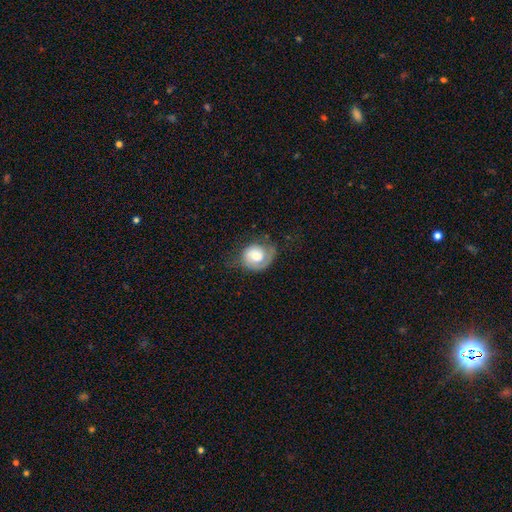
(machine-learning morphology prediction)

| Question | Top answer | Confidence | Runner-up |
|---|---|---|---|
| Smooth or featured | featured or disk | 51% | smooth (42%) |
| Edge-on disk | no | 97% | yes (3%) |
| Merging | none | 53% | minor disturbance (25%) |